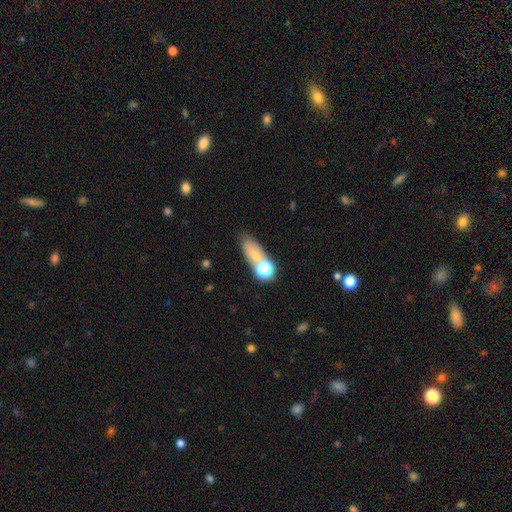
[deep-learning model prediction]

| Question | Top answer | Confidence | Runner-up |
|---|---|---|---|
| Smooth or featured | smooth | 66% | featured or disk (18%) |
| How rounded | in between | 62% | cigar-shaped (21%) |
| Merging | none | 54% | merger (23%) |